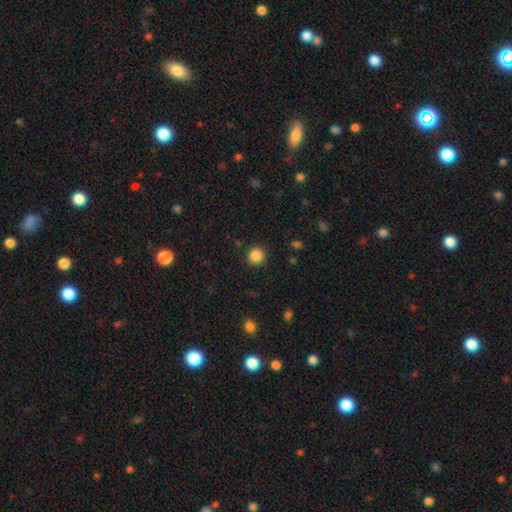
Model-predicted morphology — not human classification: Smooth or featured? smooth (86%)
How rounded? round (94%)
Merging? none (90%)